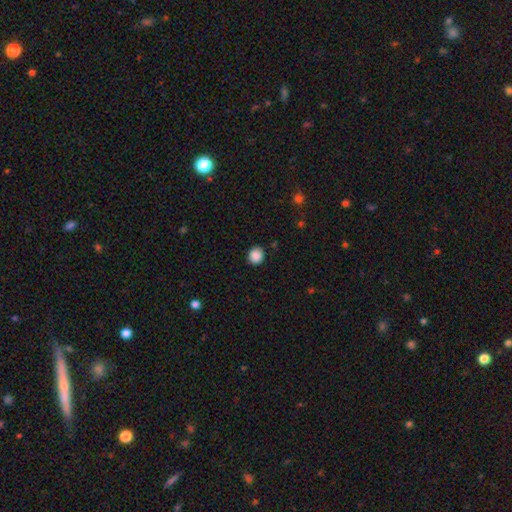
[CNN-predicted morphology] smooth-or-featured: smooth: 88% | star or artifact: 9% | featured or disk: 2%
  how-rounded: round: 85% | in between: 14% | cigar-shaped: 1%
  merging: none: 90% | minor disturbance: 7% | major disturbance: 2% | merger: 1%